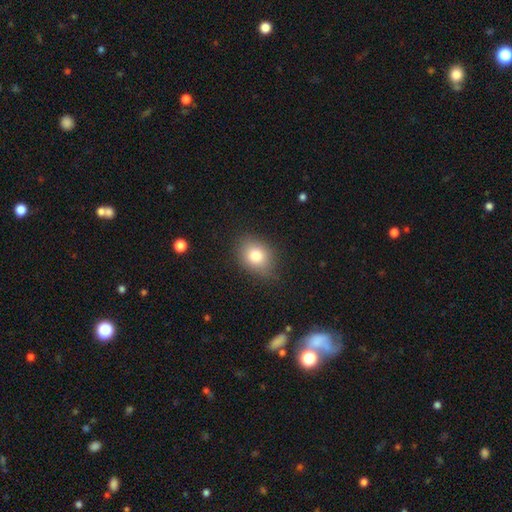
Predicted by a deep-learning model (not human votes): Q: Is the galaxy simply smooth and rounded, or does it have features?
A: smooth — 80%.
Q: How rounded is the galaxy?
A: in between — 55%.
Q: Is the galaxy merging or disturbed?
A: none — 78%.